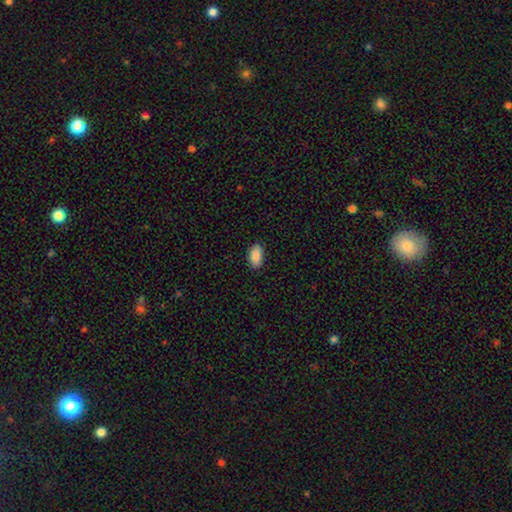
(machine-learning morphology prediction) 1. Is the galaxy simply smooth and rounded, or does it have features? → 90% smooth, 7% star or artifact, 4% featured or disk.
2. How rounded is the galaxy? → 94% in between, 4% round, 2% cigar-shaped.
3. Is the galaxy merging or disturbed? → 87% none, 10% minor disturbance, 2% major disturbance, 1% merger.